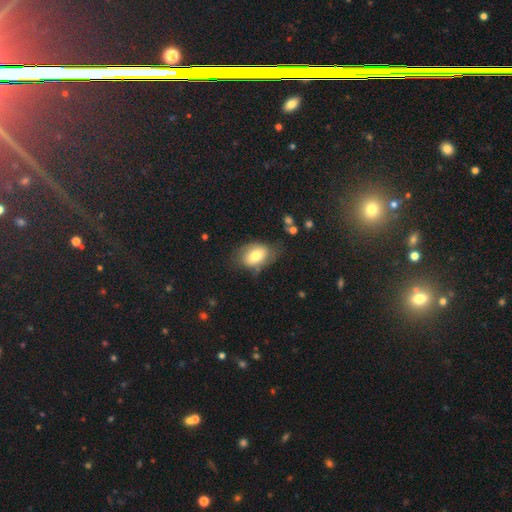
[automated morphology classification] The model was most divided on "merging": none: 57%, minor disturbance: 28%, major disturbance: 11%, merger: 3%. More confident: how rounded — in between (84%); smooth or featured — smooth (70%).